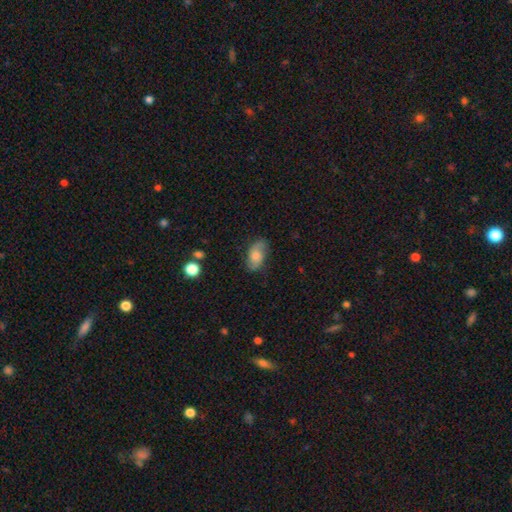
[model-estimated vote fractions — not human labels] Smooth or featured? smooth (53%)
How rounded? in between (89%)
Merging? none (74%)